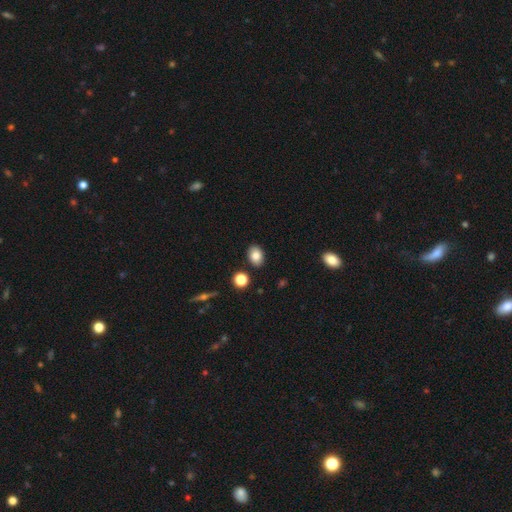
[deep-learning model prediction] Smooth or featured? smooth (83%)
How rounded? in between (76%)
Merging? none (86%)